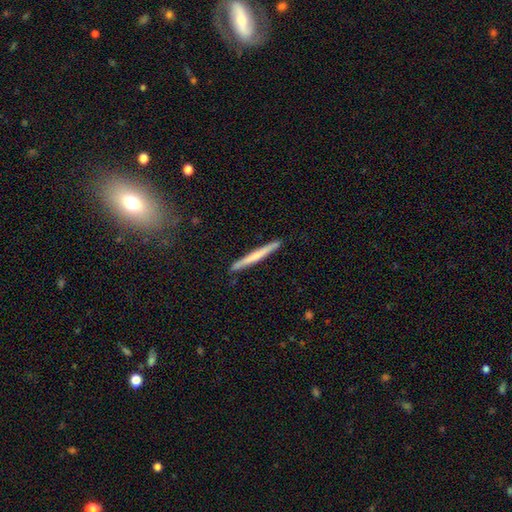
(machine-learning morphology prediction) This appears to be a smooth galaxy with no disk features (50%). Merging: none (91%).